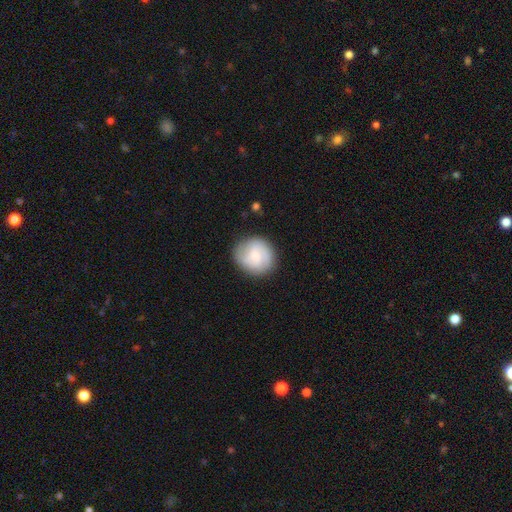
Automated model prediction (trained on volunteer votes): Smooth or featured? featured or disk (49%)
Merging? none (82%)